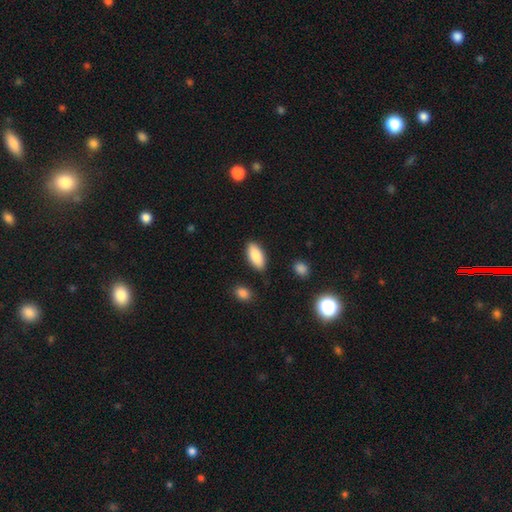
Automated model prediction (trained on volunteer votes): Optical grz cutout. It shows a smooth galaxy with no disk features (87%) that is in between round and cigar-shaped (88%). Merging: none (86%).